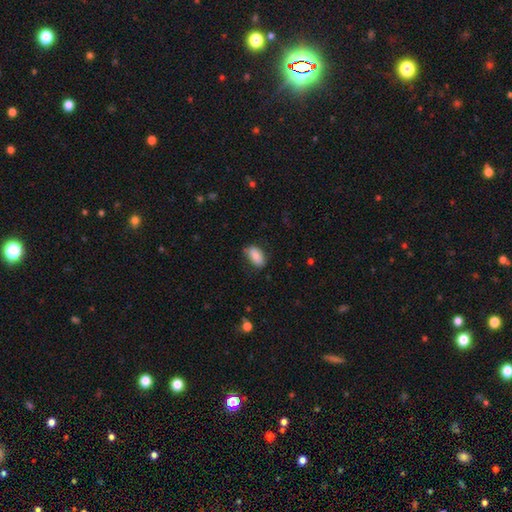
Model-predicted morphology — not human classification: This is clearly a smooth galaxy (85%). How rounded: clearly in between (92%). Merging: likely none (72%).